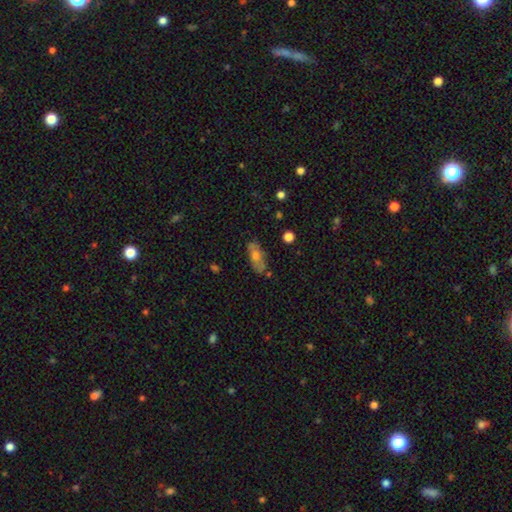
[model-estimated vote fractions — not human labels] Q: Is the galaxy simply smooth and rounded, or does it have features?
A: smooth — 59%.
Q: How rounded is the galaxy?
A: in between — 79%.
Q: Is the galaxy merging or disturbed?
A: none — 74%.